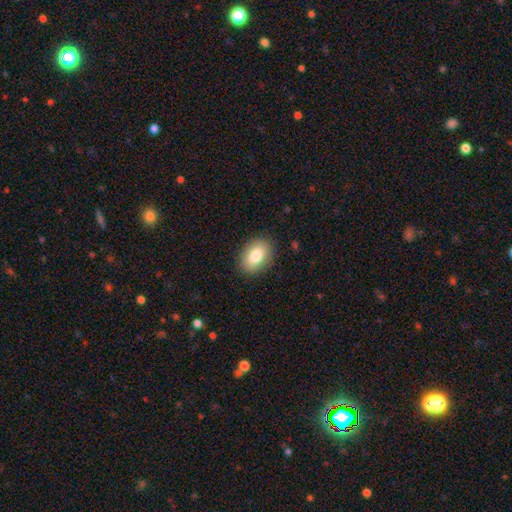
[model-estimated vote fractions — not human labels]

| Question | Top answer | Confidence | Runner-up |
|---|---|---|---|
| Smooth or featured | smooth | 82% | featured or disk (11%) |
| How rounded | in between | 85% | round (14%) |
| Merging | none | 88% | minor disturbance (9%) |